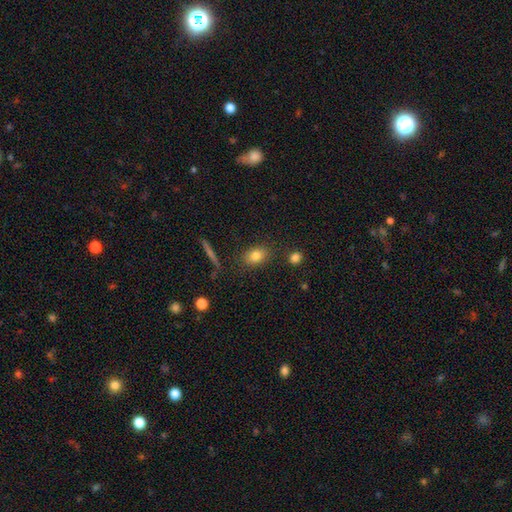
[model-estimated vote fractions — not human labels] smooth 80%, star or artifact 10%, featured or disk 10%. Down the decision tree: how rounded — in between (73%); merging — none (82%).